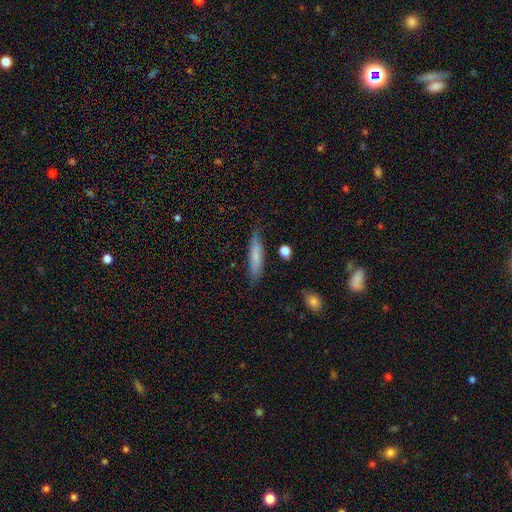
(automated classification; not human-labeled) smooth 72%, featured or disk 21%, star or artifact 7%. Down the decision tree: how rounded — cigar-shaped (82%); merging — none (81%).